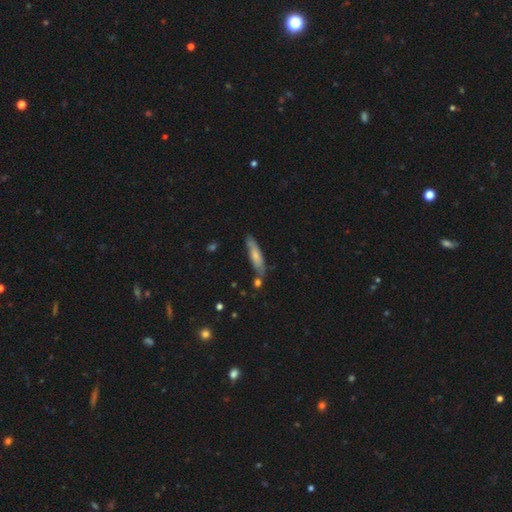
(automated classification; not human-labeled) This appears to be a smooth galaxy with no disk features (65%) that is cigar-shaped (80%). Merging: none (68%).